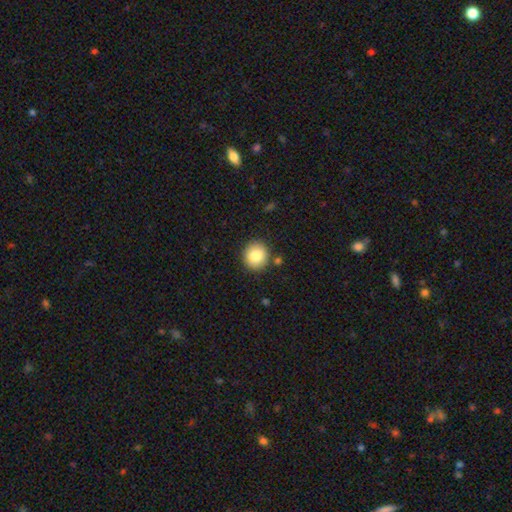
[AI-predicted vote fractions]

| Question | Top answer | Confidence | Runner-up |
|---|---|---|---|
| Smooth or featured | smooth | 84% | star or artifact (9%) |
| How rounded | round | 88% | in between (11%) |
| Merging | none | 87% | minor disturbance (8%) |